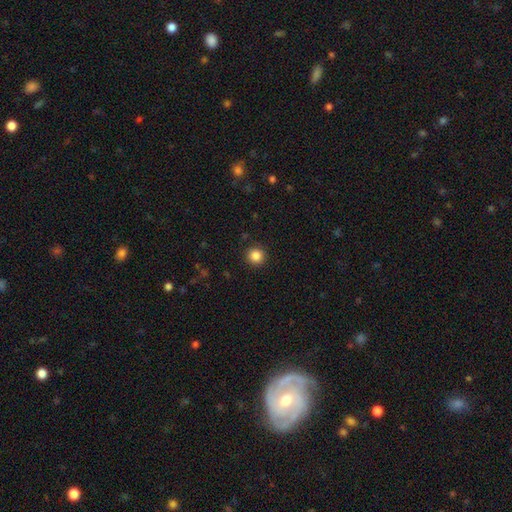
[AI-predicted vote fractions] This is clearly a smooth galaxy (86%). How rounded: clearly round (95%). Merging: clearly none (92%).